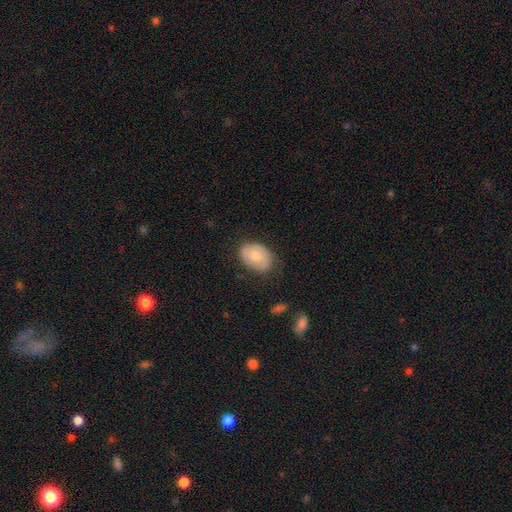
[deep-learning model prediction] Morphology: type=smooth (62%); roundness=in between (76%); merging=none (72%).